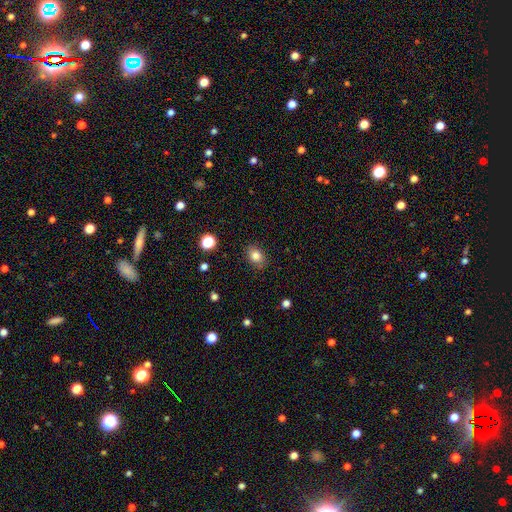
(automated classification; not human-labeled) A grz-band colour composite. It shows a smooth galaxy with no disk features (82%) that is in between round and cigar-shaped (66%). Merging: none (85%).